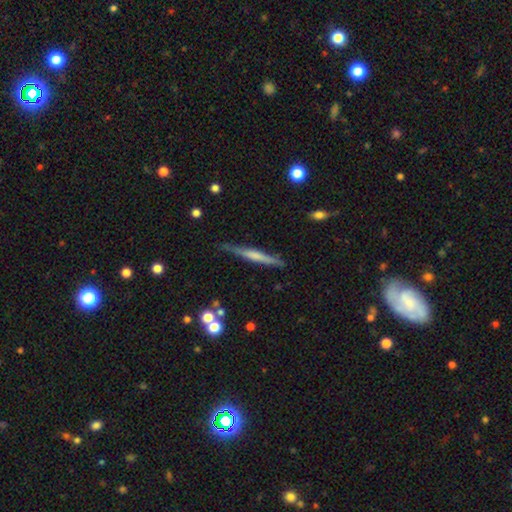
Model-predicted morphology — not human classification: Smooth or featured? Predicted: featured or disk (p=0.51). Edge-on disk? Predicted: yes (p=0.96). Merging? Predicted: none (p=0.81).